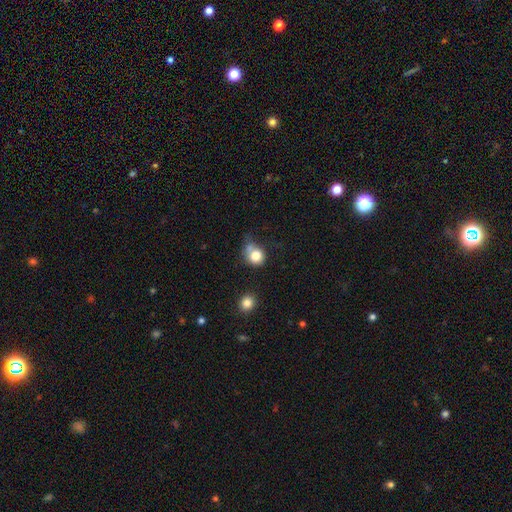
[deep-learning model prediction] Smooth or featured?
  - smooth: 80% *
  - star or artifact: 10%
  - featured or disk: 10%
How rounded?
  - round: 75% *
  - in between: 24%
  - cigar-shaped: 1%
Merging?
  - none: 42% *
  - minor disturbance: 25%
  - merger: 19%
  - major disturbance: 14%